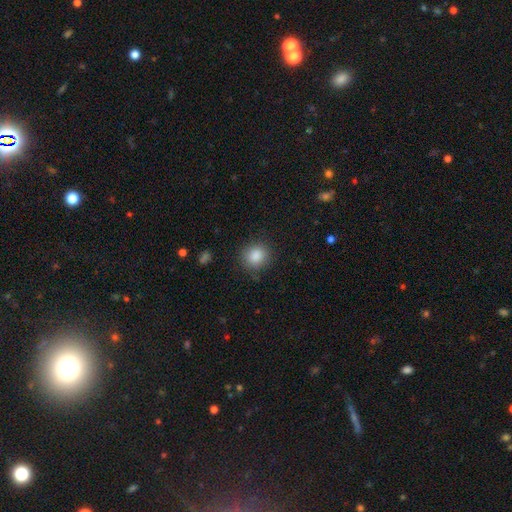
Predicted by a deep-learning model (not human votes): The model was most divided on "how rounded": round: 81%, in between: 18%, cigar-shaped: 1%. More confident: smooth or featured — smooth (86%); merging — none (84%).